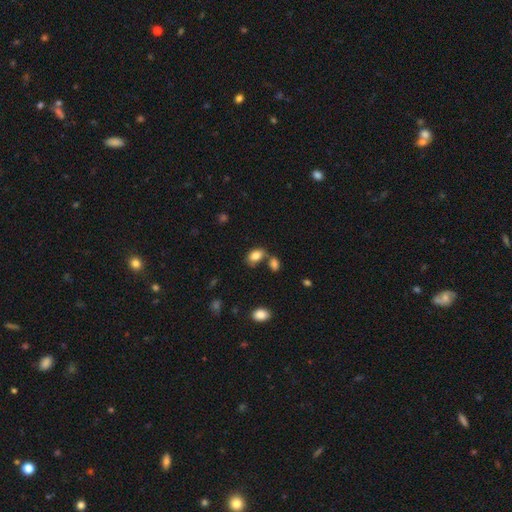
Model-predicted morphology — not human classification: A smooth galaxy with no disk features (84%) that is in between round and cigar-shaped (86%).

Vote fractions:
- Smooth or featured? smooth: 84% / star or artifact: 9% / featured or disk: 7%
- How rounded? in between: 86% / round: 12% / cigar-shaped: 2%
- Merging? none: 56% / merger: 22% / minor disturbance: 16% / major disturbance: 5%